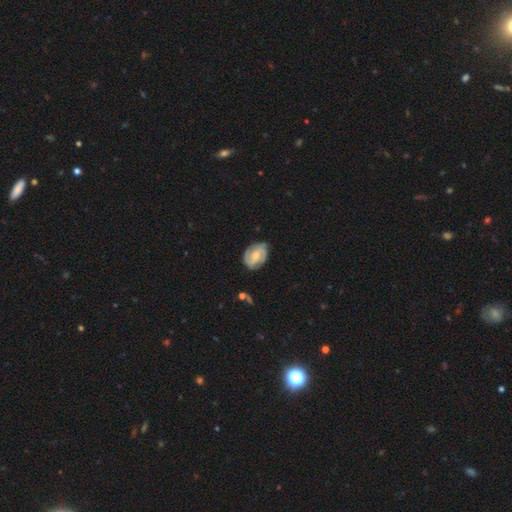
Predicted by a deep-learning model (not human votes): Smooth or featured? featured or disk (72%)
Edge-on disk? no (97%)
Bar? no (46%)
Spiral arms? yes (92%)
Spiral winding? tight (45%)
Spiral arm count? 2 (46%)
Bulge size? moderate (51%)
Merging? none (71%)